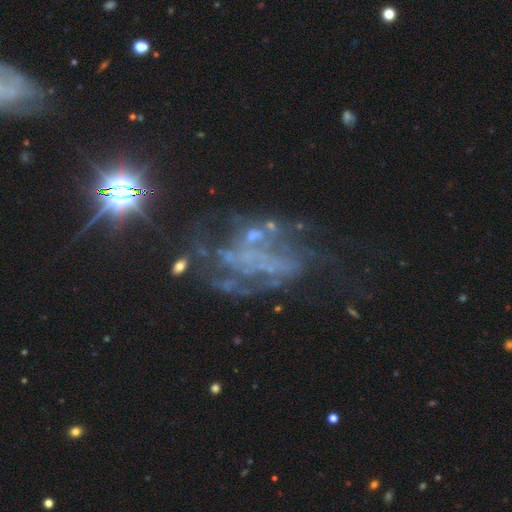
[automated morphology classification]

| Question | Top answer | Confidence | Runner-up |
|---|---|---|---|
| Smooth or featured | featured or disk | 66% | star or artifact (25%) |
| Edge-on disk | no | 97% | yes (3%) |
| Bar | no | 80% | weak (14%) |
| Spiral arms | no | 53% | yes (47%) |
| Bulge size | none | 76% | small (15%) |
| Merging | none | 41% | major disturbance (35%) |